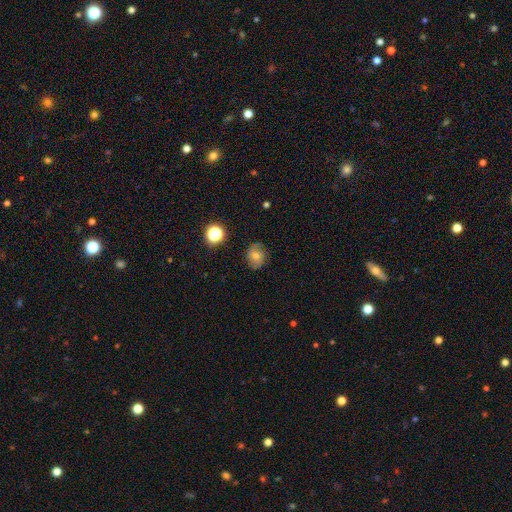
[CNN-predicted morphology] smooth 44%, featured or disk 41%, star or artifact 15%. Down the decision tree: merging — none (77%).